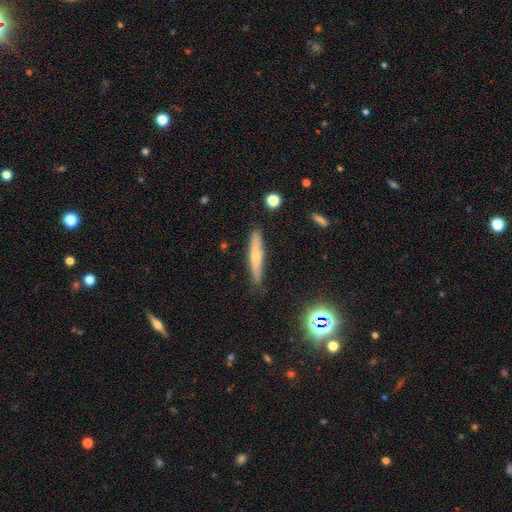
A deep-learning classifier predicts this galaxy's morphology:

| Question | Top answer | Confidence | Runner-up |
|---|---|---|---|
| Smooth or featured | smooth | 50% | featured or disk (42%) |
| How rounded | cigar-shaped | 91% | in between (7%) |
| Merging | none | 85% | minor disturbance (11%) |